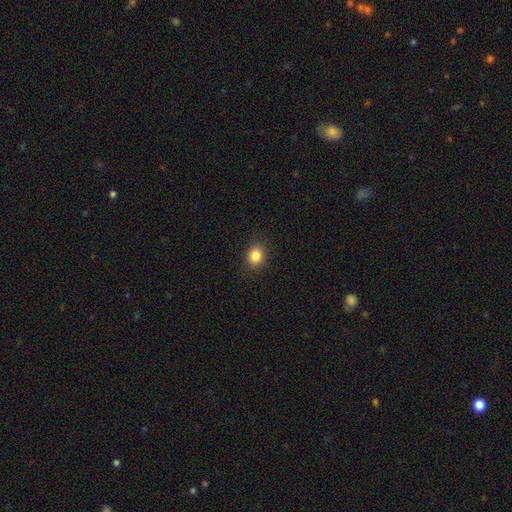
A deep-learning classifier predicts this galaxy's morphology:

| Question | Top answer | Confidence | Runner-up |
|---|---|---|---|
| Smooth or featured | smooth | 84% | star or artifact (11%) |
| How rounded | round | 59% | in between (40%) |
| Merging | none | 89% | minor disturbance (8%) |